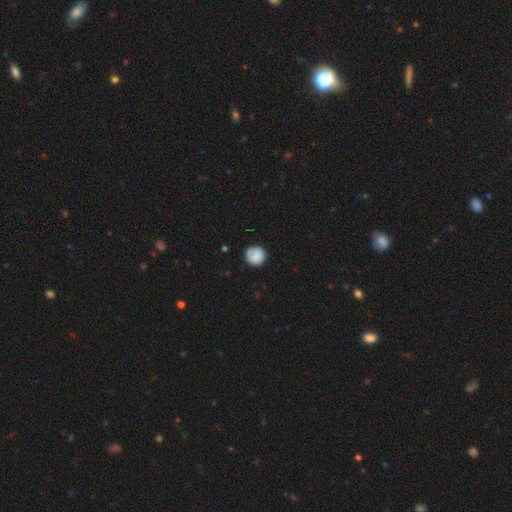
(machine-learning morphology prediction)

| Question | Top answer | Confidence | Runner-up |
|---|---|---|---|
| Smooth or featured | smooth | 78% | featured or disk (15%) |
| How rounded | round | 92% | in between (7%) |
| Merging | none | 82% | minor disturbance (14%) |